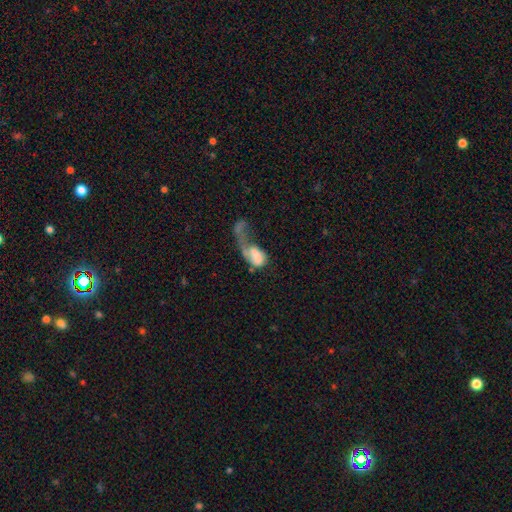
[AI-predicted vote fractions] Overall: smooth (52%; featured or disk 40%). How rounded: in between (84%). Merging: major disturbance (60%).